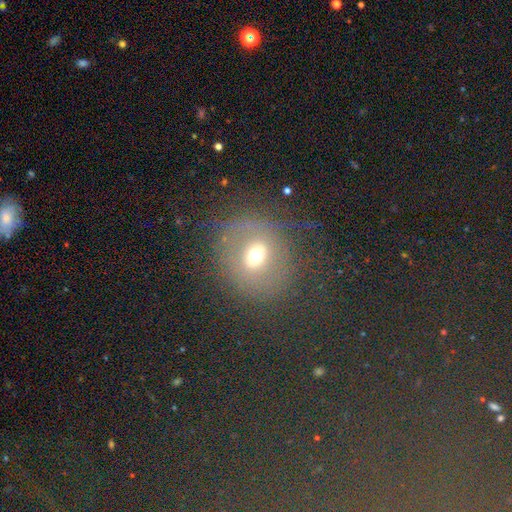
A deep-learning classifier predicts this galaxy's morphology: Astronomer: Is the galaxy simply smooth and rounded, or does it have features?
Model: smooth — 49% (runner-up: featured or disk, 34%).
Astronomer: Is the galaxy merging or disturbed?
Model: none — 59%.